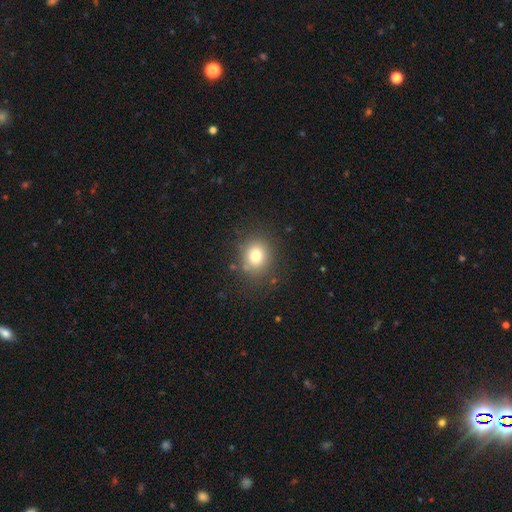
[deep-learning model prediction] The model was most divided on "how rounded": round: 75%, in between: 24%, cigar-shaped: 1%. More confident: merging — none (84%); smooth or featured — smooth (78%).